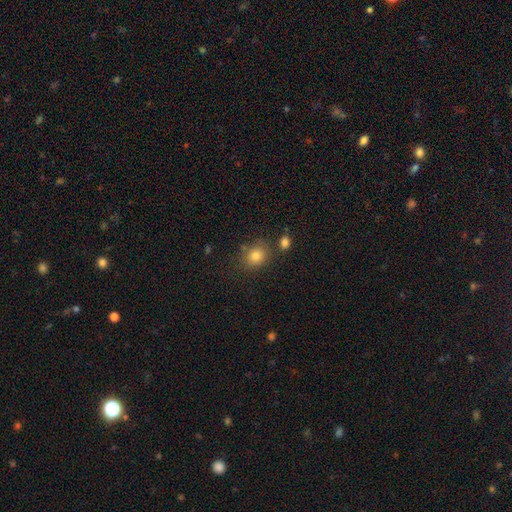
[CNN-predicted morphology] smooth-or-featured: smooth: 81% | star or artifact: 12% | featured or disk: 7%
  how-rounded: round: 58% | in between: 41% | cigar-shaped: 1%
  merging: none: 75% | minor disturbance: 13% | merger: 8% | major disturbance: 4%